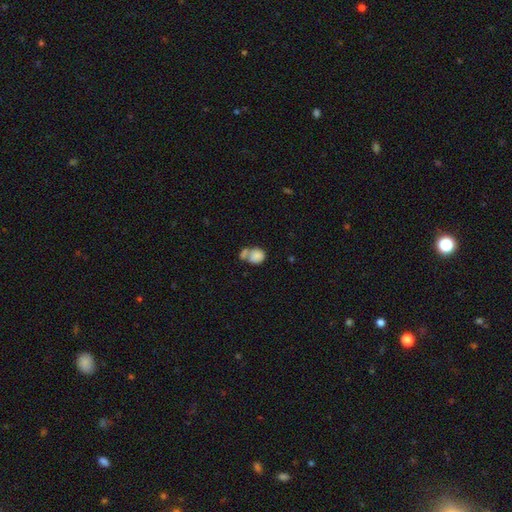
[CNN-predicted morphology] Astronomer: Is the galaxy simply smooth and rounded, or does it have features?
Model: smooth — 80%.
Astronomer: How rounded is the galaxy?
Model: round — 60% (runner-up: in between, 39%).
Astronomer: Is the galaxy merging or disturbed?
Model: merger — 54%.